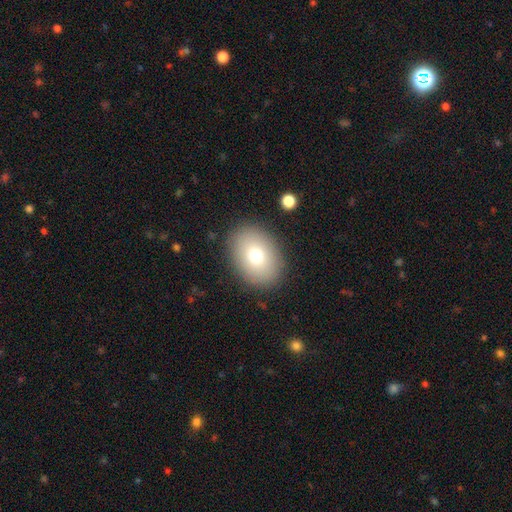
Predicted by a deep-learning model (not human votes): Smooth or featured? smooth (75%)
How rounded? in between (69%)
Merging? none (88%)